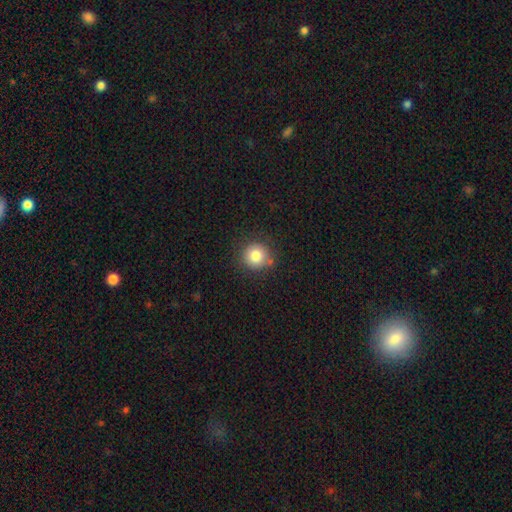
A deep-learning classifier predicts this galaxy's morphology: This is clearly a smooth galaxy (82%). How rounded: clearly round (93%). Merging: clearly none (82%).